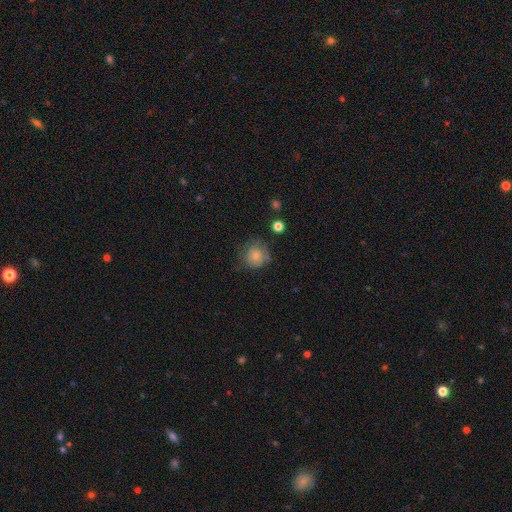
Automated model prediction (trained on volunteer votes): Overall: smooth (76%). How rounded: round (85%). Merging: none (61%; minor disturbance 26%).